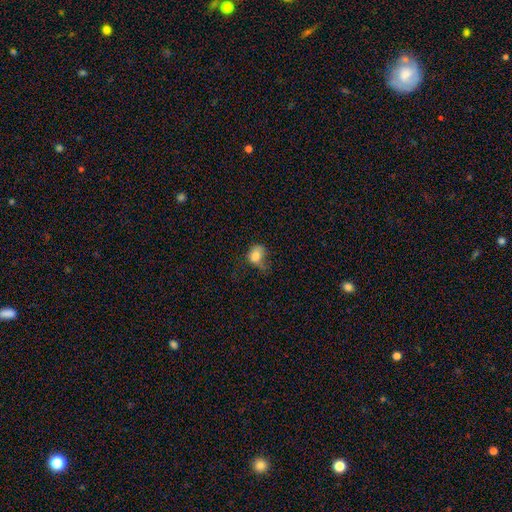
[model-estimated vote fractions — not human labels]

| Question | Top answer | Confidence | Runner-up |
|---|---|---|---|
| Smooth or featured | smooth | 77% | featured or disk (13%) |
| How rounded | in between | 56% | round (43%) |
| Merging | major disturbance | 37% | minor disturbance (34%) |